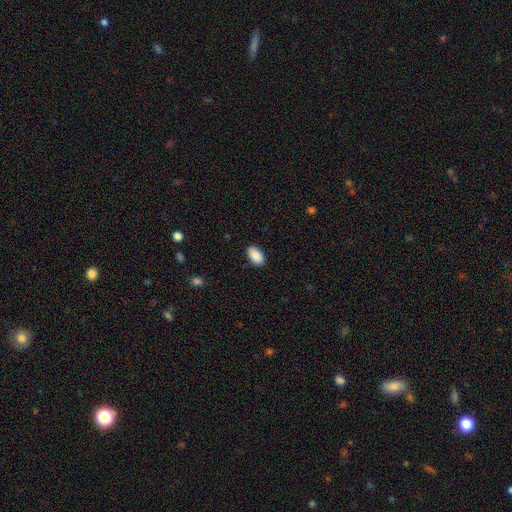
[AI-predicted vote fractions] Morphology: type=smooth (90%); roundness=in between (94%); merging=none (87%).